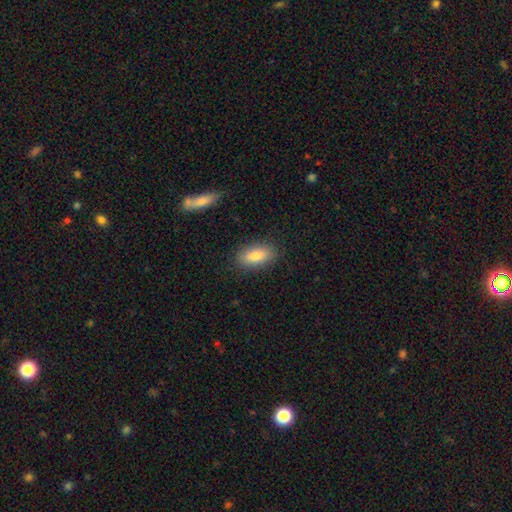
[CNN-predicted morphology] This is clearly a smooth galaxy (81%). How rounded: clearly in between (84%). Merging: clearly none (87%).